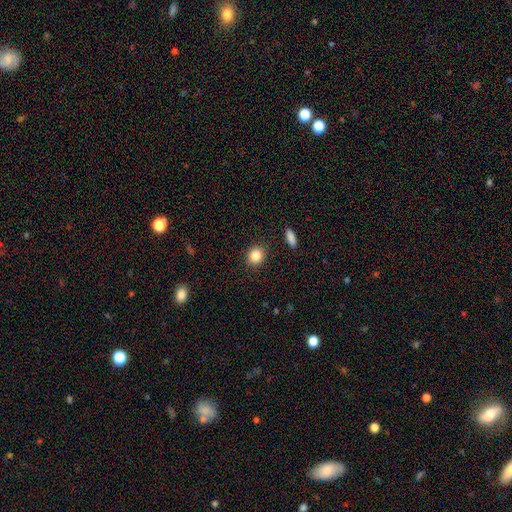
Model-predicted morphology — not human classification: smooth 87%, star or artifact 9%, featured or disk 4%. Down the decision tree: how rounded — round (77%); merging — none (89%).